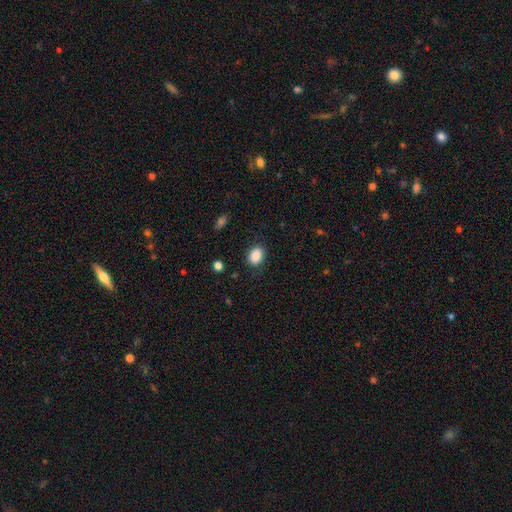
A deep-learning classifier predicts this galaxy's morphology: A smooth galaxy with no disk features (88%) that is in between round and cigar-shaped (68%).

Vote fractions:
- Smooth or featured? smooth: 88% / star or artifact: 8% / featured or disk: 4%
- How rounded? in between: 68% / round: 31% / cigar-shaped: 1%
- Merging? none: 85% / minor disturbance: 11% / major disturbance: 3% / merger: 1%